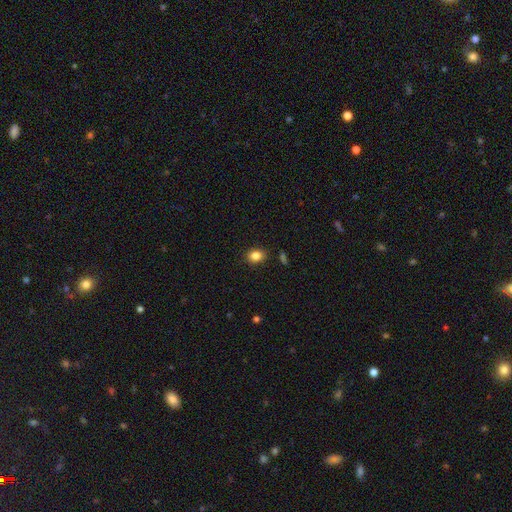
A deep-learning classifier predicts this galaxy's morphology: Q: Smooth or featured?
A: smooth (84%); runner-up: star or artifact (10%)
Q: How rounded?
A: in between (50%); runner-up: round (49%)
Q: Merging?
A: none (87%); runner-up: minor disturbance (9%)